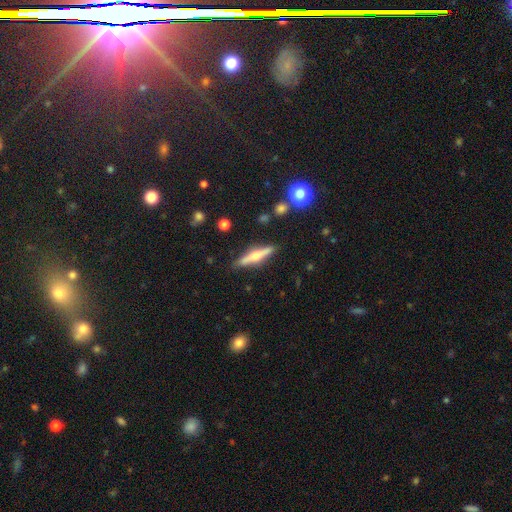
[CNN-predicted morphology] Smooth or featured: featured or disk — 63% (smooth — 30%)
Edge-on disk: yes — 97% (no — 3%)
Edge-on bulge: rounded — 89% (boxy — 6%)
Merging: none — 87% (minor disturbance — 9%)